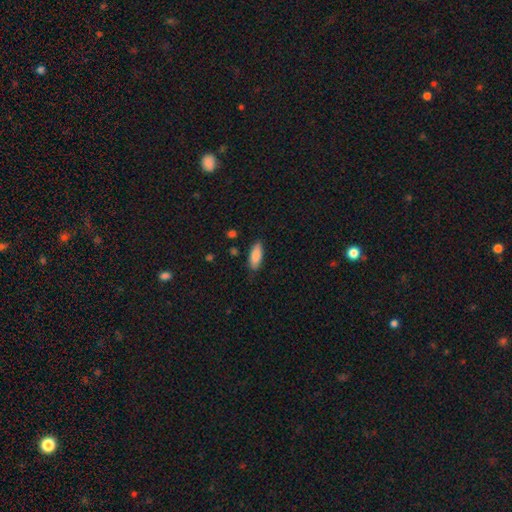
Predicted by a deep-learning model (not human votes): smooth 87%, featured or disk 7%, star or artifact 6%. Down the decision tree: how rounded — in between (76%); merging — none (82%).